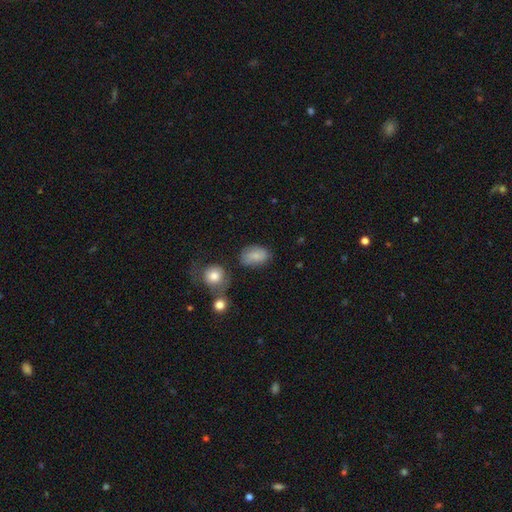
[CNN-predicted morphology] smooth 79%, featured or disk 12%, star or artifact 9%. Down the decision tree: how rounded — in between (82%); merging — none (65%).